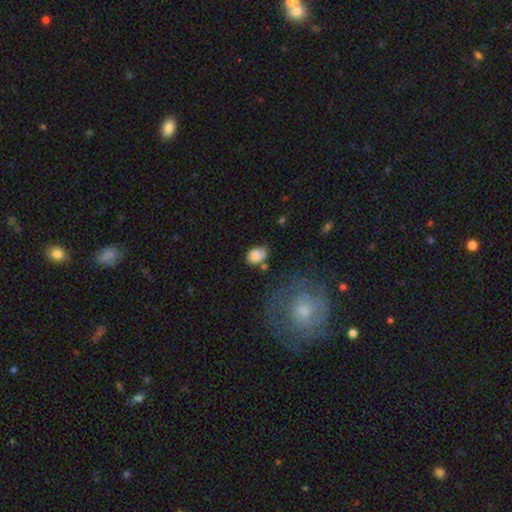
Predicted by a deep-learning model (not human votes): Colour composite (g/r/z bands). It shows a smooth galaxy with no disk features (81%) that is in between round and cigar-shaped (73%). Merging: none (58%).